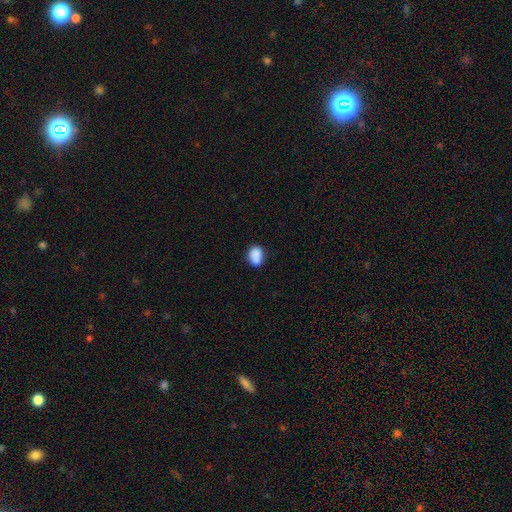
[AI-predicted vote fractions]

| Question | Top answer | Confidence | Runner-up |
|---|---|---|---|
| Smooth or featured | smooth | 82% | featured or disk (9%) |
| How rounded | in between | 71% | round (27%) |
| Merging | none | 53% | merger (23%) |